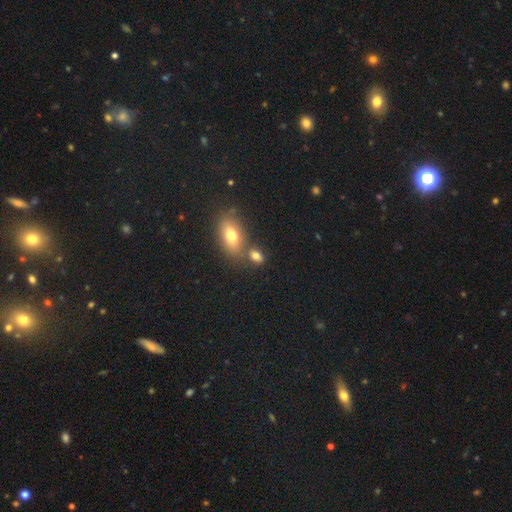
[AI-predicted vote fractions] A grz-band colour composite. It shows a smooth galaxy with no disk features (76%) that is in between round and cigar-shaped (75%). Merging: none (59%).